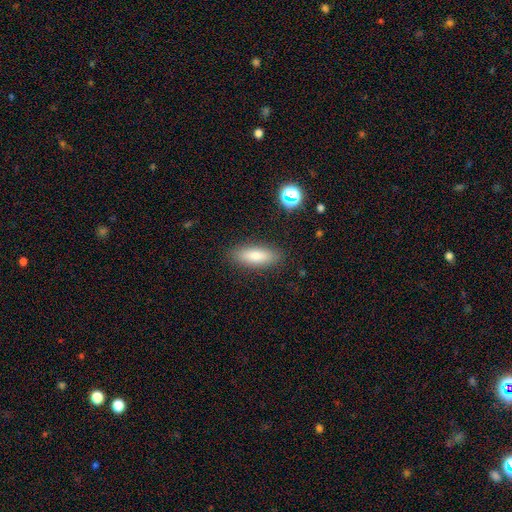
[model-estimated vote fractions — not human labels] The model was most divided on "how rounded": in between: 66%, cigar-shaped: 32%, round: 2%. More confident: merging — none (87%); smooth or featured — smooth (81%).